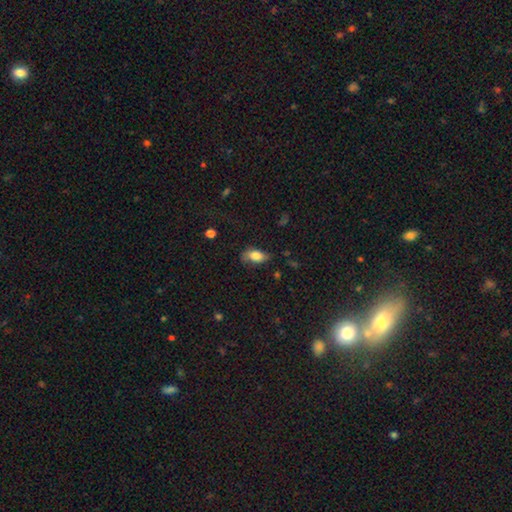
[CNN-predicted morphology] A smooth galaxy with no disk features (77%) that is in between round and cigar-shaped (89%).

Vote fractions:
- Smooth or featured? smooth: 77% / featured or disk: 16% / star or artifact: 8%
- How rounded? in between: 89% / round: 6% / cigar-shaped: 5%
- Merging? none: 57% / minor disturbance: 30% / major disturbance: 12% / merger: 2%